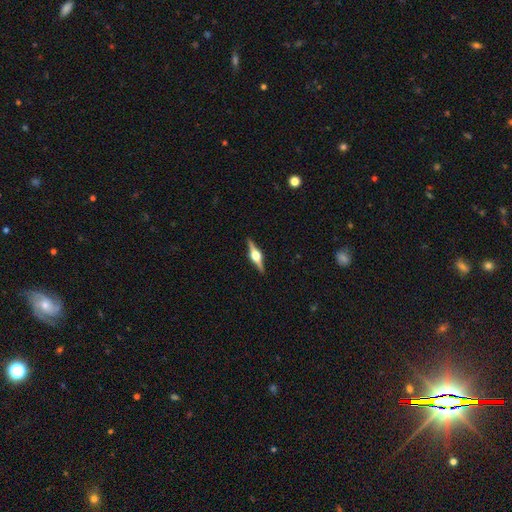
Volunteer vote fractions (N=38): Smooth or featured: featured or disk — 84% (smooth — 13%)
Edge-on disk: yes — 100%
Edge-on bulge: rounded — 94% (boxy — 6%)
Merging: none — 86% (major disturbance — 8%)